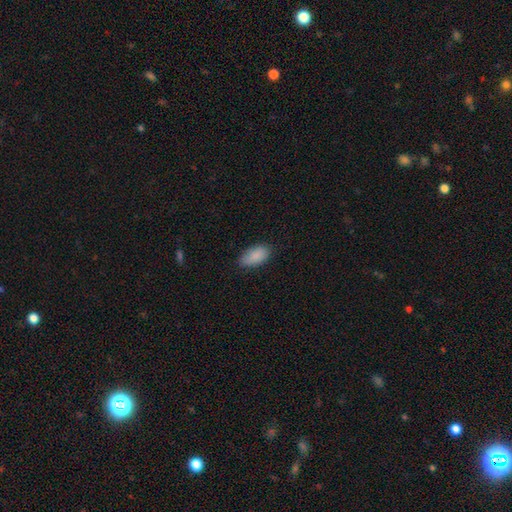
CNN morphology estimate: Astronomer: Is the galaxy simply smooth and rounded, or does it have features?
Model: smooth — 89%.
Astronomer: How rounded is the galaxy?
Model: in between — 93%.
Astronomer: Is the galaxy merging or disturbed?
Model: none — 80%.